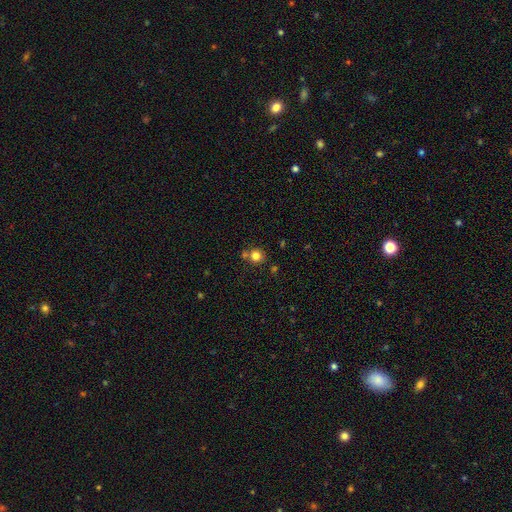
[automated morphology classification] Overall: smooth (81%). How rounded: round (91%). Merging: none (71%).